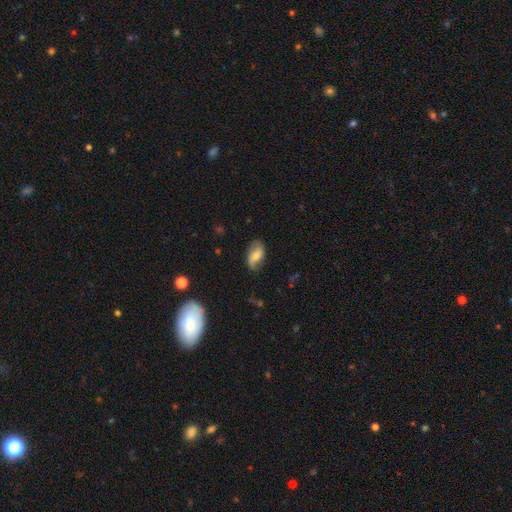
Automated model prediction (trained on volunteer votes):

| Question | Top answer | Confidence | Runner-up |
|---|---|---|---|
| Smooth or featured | smooth | 49% | featured or disk (43%) |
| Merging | none | 70% | minor disturbance (22%) |